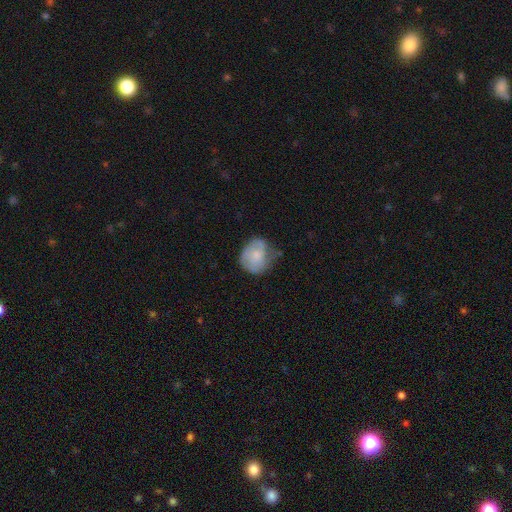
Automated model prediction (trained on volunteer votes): A smooth galaxy with no disk features (58%) that is round (67%).

Vote fractions:
- Smooth or featured? smooth: 58% / featured or disk: 35% / star or artifact: 7%
- How rounded? round: 67% / in between: 32% / cigar-shaped: 1%
- Merging? none: 50% / minor disturbance: 34% / major disturbance: 14% / merger: 2%